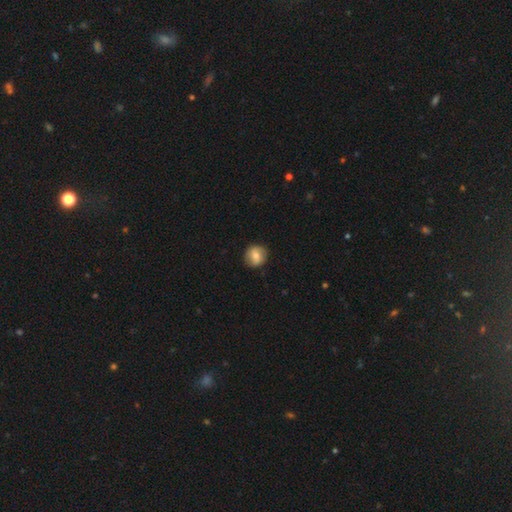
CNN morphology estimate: Overall: smooth (67%). How rounded: round (84%). Merging: none (86%).